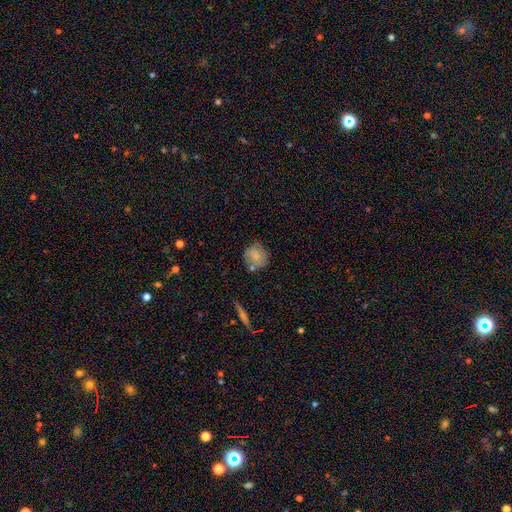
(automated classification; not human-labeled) Smooth or featured?
  - smooth: 81% *
  - featured or disk: 10%
  - star or artifact: 8%
How rounded?
  - round: 84% *
  - in between: 15%
  - cigar-shaped: 1%
Merging?
  - none: 70% *
  - minor disturbance: 18%
  - merger: 8%
  - major disturbance: 4%